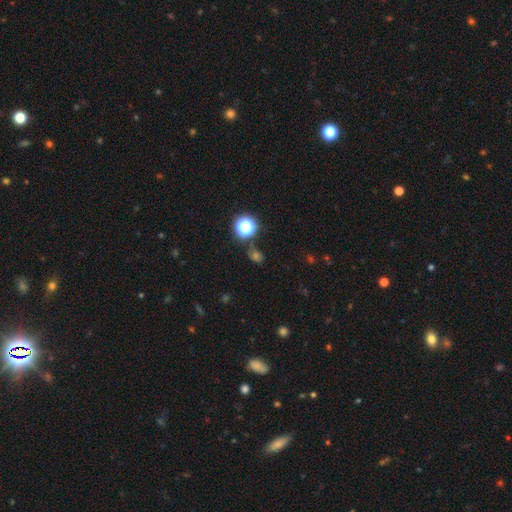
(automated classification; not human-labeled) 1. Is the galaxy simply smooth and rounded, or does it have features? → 47% star or artifact, 45% smooth, 8% featured or disk.